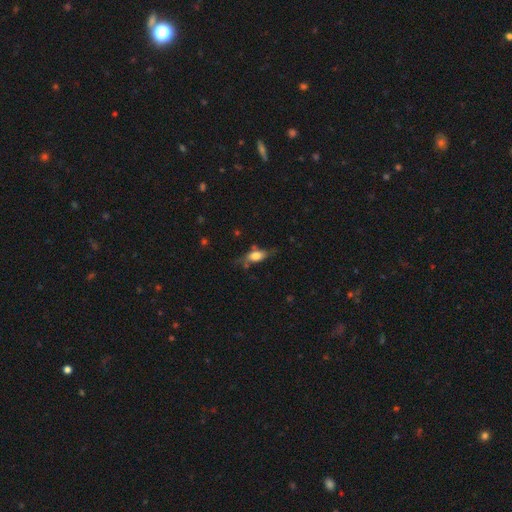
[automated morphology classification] This is likely a smooth galaxy (66%). How rounded: likely in between (78%). Merging: possibly none (57%).